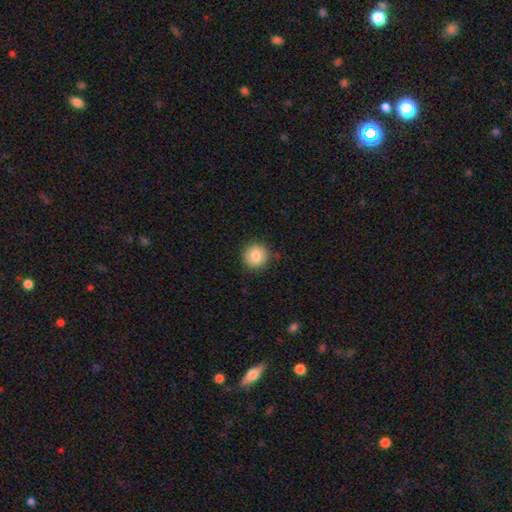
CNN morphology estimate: A smooth galaxy with no disk features (84%) that is round (92%).

Vote fractions:
- Smooth or featured? smooth: 84% / star or artifact: 8% / featured or disk: 7%
- How rounded? round: 92% / in between: 7% / cigar-shaped: 1%
- Merging? none: 89% / minor disturbance: 8% / major disturbance: 2% / merger: 1%